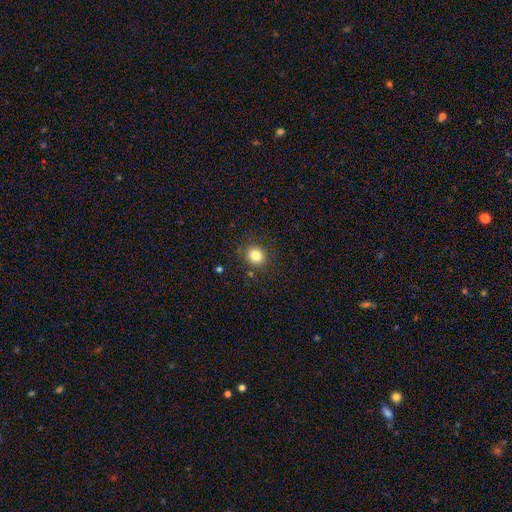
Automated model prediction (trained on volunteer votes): A smooth galaxy with no disk features (82%) that is round (82%).

Vote fractions:
- Smooth or featured? smooth: 82% / star or artifact: 12% / featured or disk: 6%
- How rounded? round: 82% / in between: 17% / cigar-shaped: 1%
- Merging? none: 86% / minor disturbance: 9% / major disturbance: 3% / merger: 2%